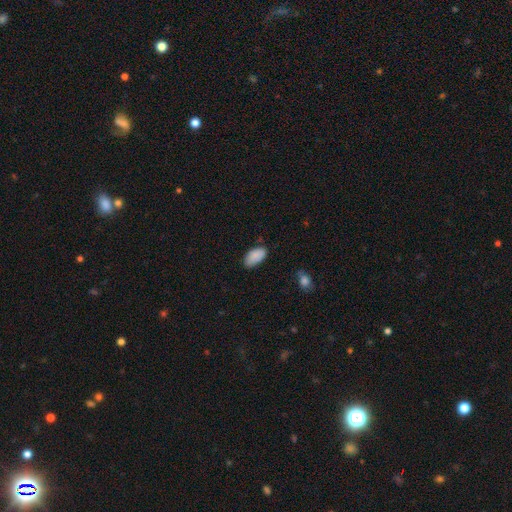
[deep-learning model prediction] Morphology: type=smooth (88%); roundness=in between (95%); merging=none (71%).